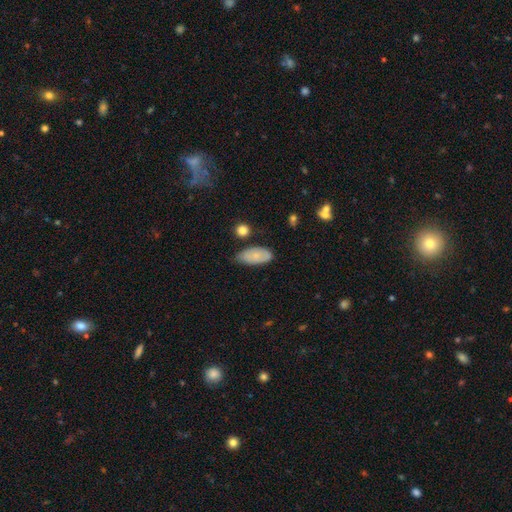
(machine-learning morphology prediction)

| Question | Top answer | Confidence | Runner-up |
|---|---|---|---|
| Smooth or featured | smooth | 76% | featured or disk (17%) |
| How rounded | in between | 90% | cigar-shaped (7%) |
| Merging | none | 58% | minor disturbance (32%) |